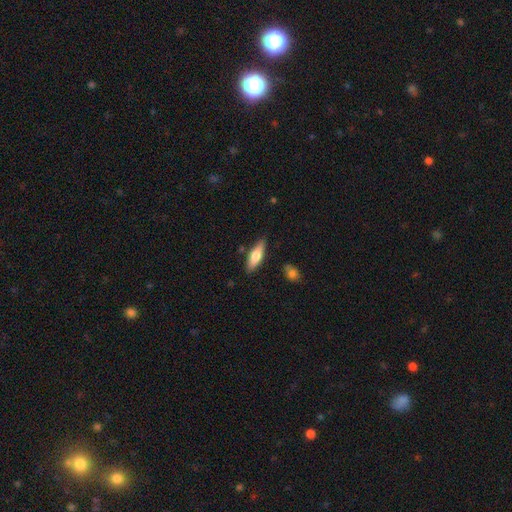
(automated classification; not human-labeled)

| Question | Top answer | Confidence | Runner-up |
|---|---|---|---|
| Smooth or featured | smooth | 64% | featured or disk (30%) |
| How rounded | in between | 50% | cigar-shaped (48%) |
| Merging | none | 81% | minor disturbance (13%) |